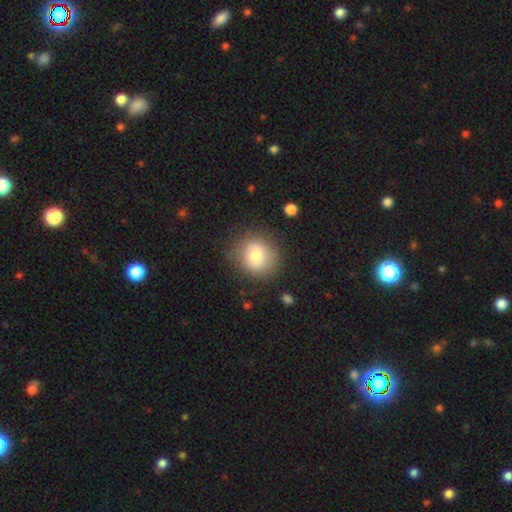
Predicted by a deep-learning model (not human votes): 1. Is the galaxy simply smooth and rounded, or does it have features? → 77% smooth, 14% featured or disk, 9% star or artifact.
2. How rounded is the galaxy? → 85% round, 14% in between, 1% cigar-shaped.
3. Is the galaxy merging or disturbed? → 80% none, 13% minor disturbance, 5% major disturbance, 2% merger.